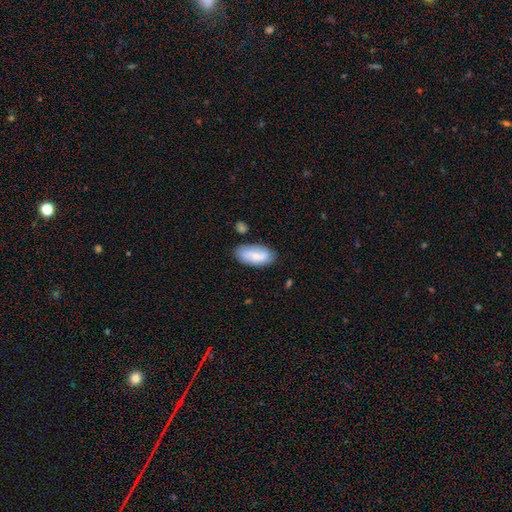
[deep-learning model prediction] Q: Smooth or featured?
A: smooth (70%); runner-up: featured or disk (24%)
Q: How rounded?
A: in between (90%); runner-up: cigar-shaped (7%)
Q: Merging?
A: none (74%); runner-up: minor disturbance (18%)